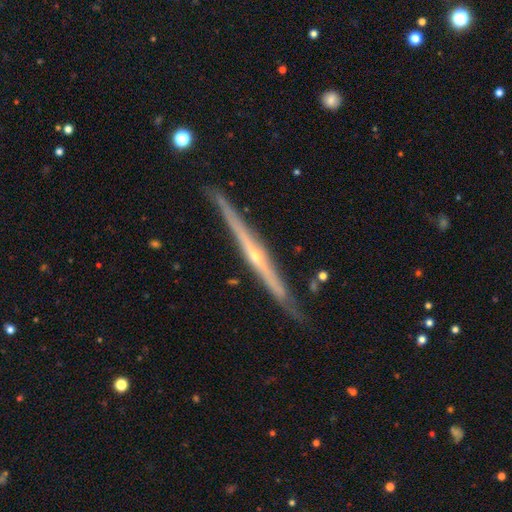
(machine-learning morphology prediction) This is clearly a featured or disk galaxy (85%). It is clearly viewed edge-on (98%). Edge-on bulge: likely rounded (71%). Merging: clearly none (86%).